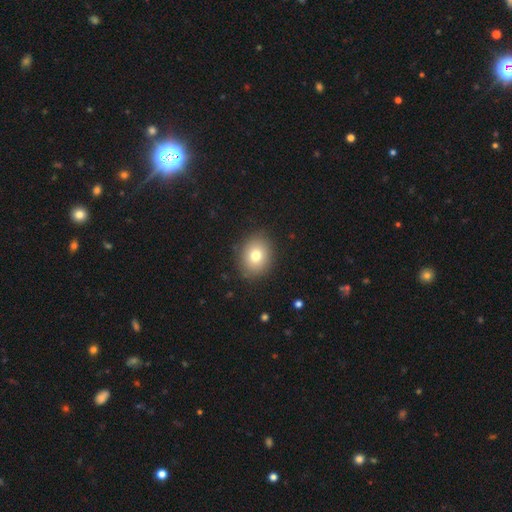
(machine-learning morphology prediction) The model was most divided on "how rounded": round: 60%, in between: 39%, cigar-shaped: 1%. More confident: merging — none (87%); smooth or featured — smooth (76%).